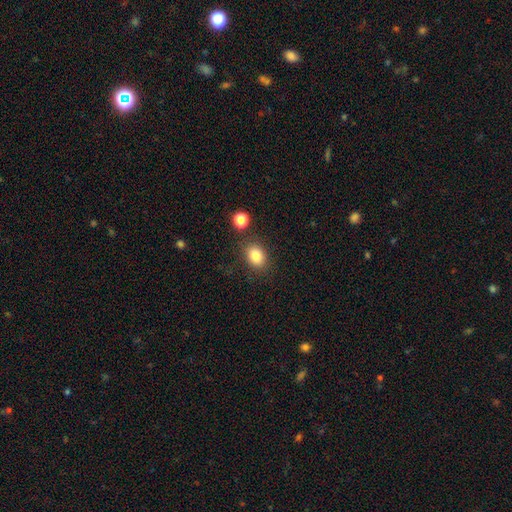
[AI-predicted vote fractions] Smooth or featured? smooth (84%)
How rounded? in between (62%)
Merging? none (80%)